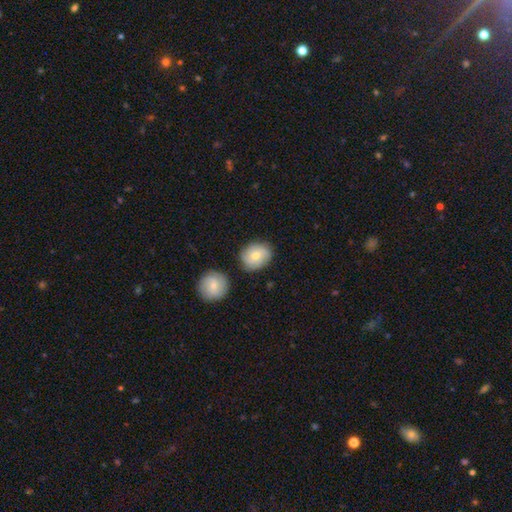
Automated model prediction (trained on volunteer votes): A smooth galaxy with no disk features (60%) that is round (67%). Merging: none (76%).